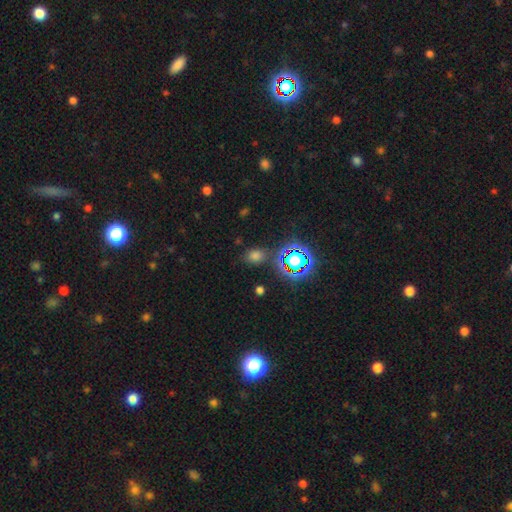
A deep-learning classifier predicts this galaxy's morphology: A smooth galaxy with no disk features (61%) that is in between round and cigar-shaped (53%).

Vote fractions:
- Smooth or featured? smooth: 61% / star or artifact: 33% / featured or disk: 6%
- How rounded? in between: 53% / round: 45% / cigar-shaped: 2%
- Merging? none: 80% / minor disturbance: 12% / merger: 4% / major disturbance: 4%